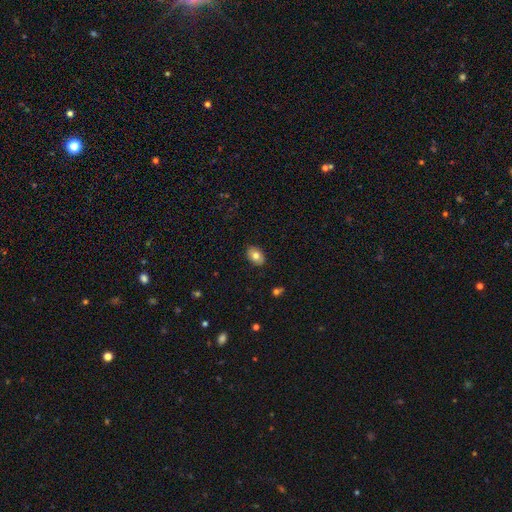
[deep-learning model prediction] This appears to be a smooth galaxy with no disk features (78%) that is in between round and cigar-shaped (84%). Merging: none (88%).